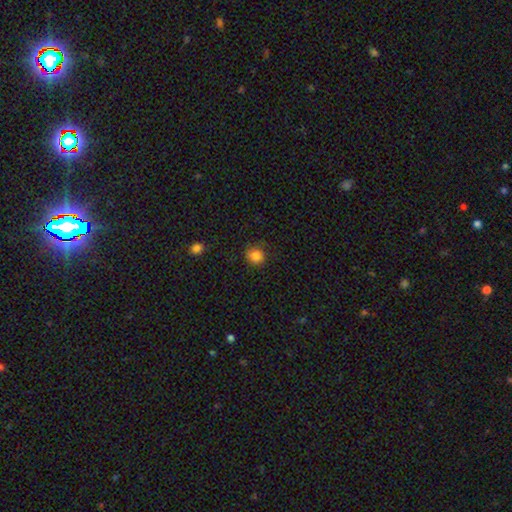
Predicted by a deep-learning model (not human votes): Overall: smooth (84%). How rounded: round (87%). Merging: none (84%).